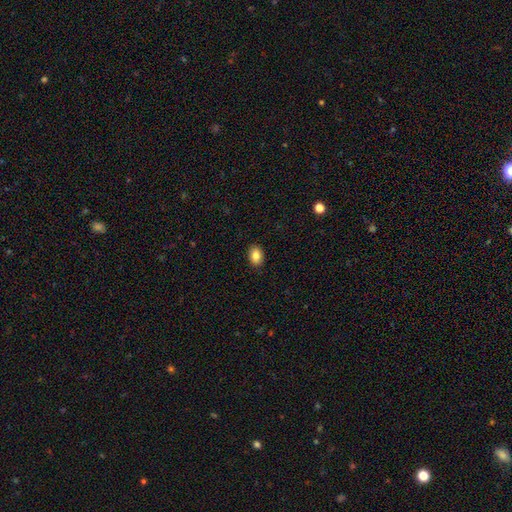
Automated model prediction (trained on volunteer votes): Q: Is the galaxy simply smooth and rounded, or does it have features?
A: smooth — 85%.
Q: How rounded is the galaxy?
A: in between — 80%.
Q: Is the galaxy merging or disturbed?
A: none — 90%.